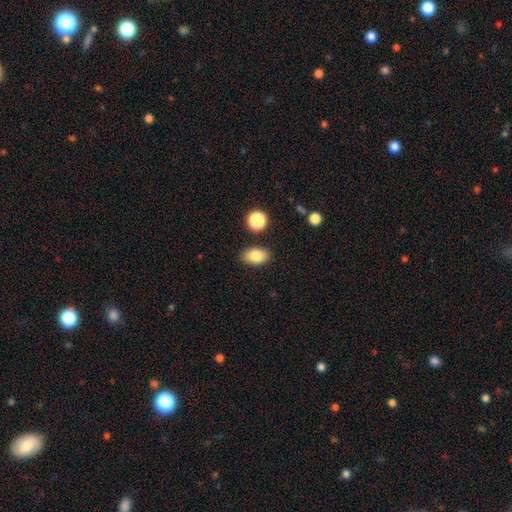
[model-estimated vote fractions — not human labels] Smooth or featured? smooth (82%)
How rounded? in between (87%)
Merging? none (85%)